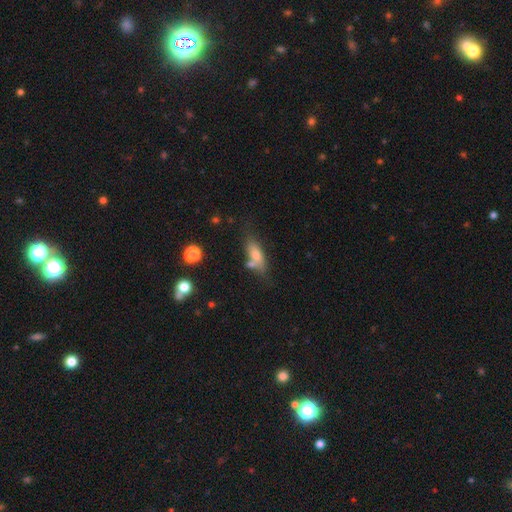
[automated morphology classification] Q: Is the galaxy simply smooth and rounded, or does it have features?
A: smooth — 71%.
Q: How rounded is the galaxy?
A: in between — 67%.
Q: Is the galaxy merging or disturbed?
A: none — 48%.